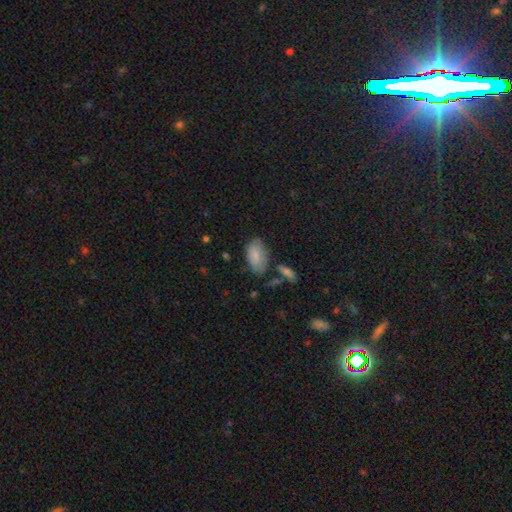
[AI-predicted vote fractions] A smooth galaxy with no disk features (80%) that is in between round and cigar-shaped (93%). Merging: none (65%).